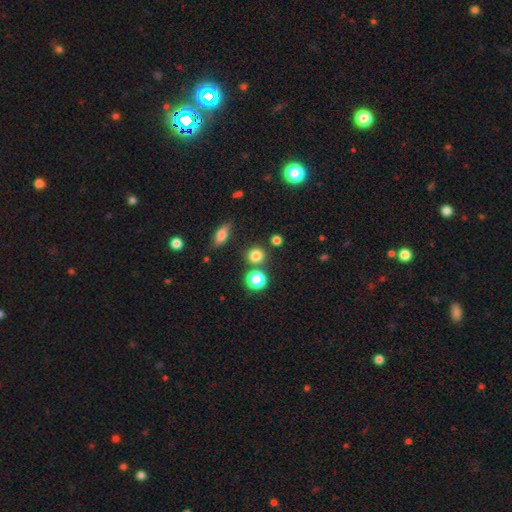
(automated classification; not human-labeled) Q: Smooth or featured?
A: smooth (79%); runner-up: star or artifact (15%)
Q: How rounded?
A: round (86%); runner-up: in between (12%)
Q: Merging?
A: none (81%); runner-up: merger (8%)